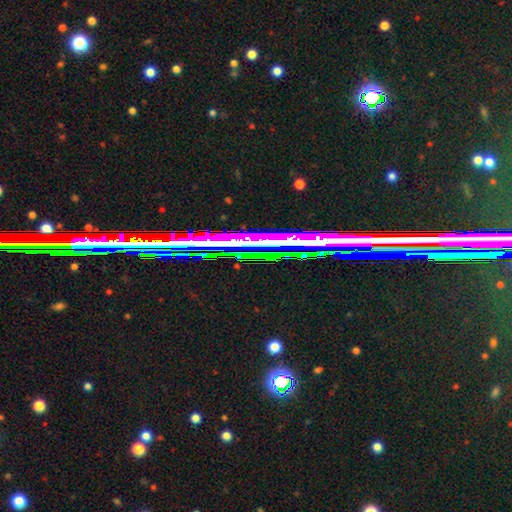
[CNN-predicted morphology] type=star or artifact (57%).